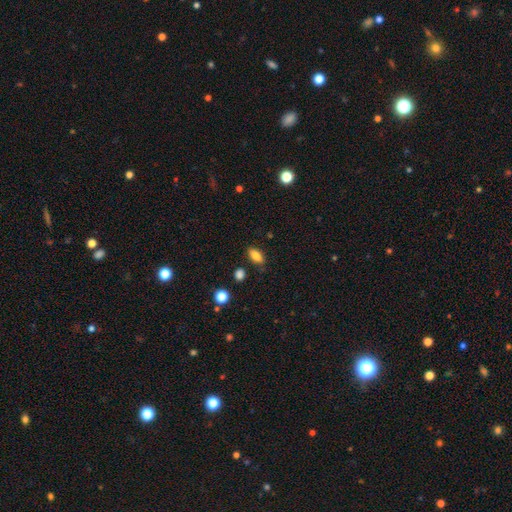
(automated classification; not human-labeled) Smooth or featured: smooth — 83% (star or artifact — 9%)
How rounded: in between — 84% (cigar-shaped — 10%)
Merging: none — 81% (minor disturbance — 13%)